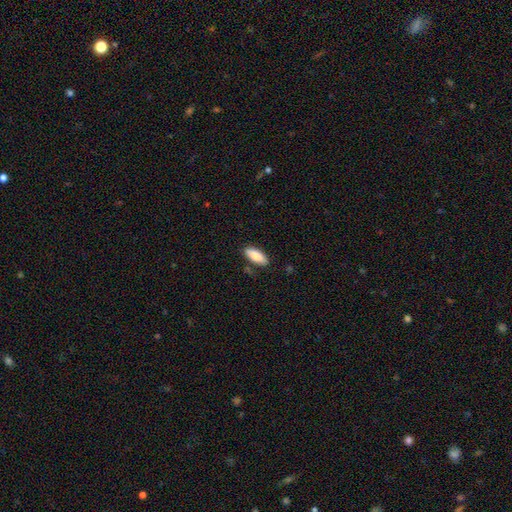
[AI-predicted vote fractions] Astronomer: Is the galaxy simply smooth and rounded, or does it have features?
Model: smooth — 85%.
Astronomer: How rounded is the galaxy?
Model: in between — 77%.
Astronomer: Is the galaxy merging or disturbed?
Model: none — 83%.